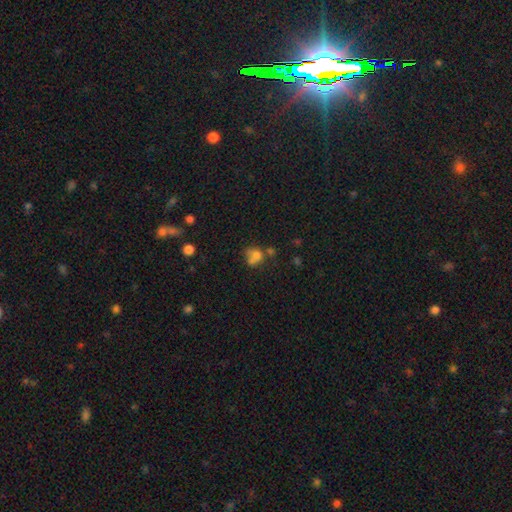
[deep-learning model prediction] Morphology: type=smooth (69%); roundness=round (68%); merging=merger (41%).